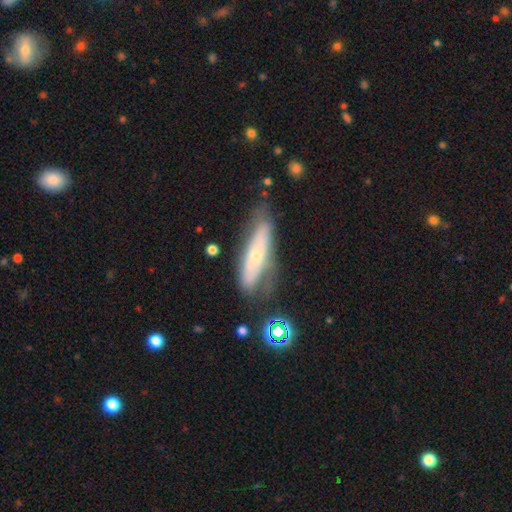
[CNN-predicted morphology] type=featured or disk (49%); merging=none (53%).